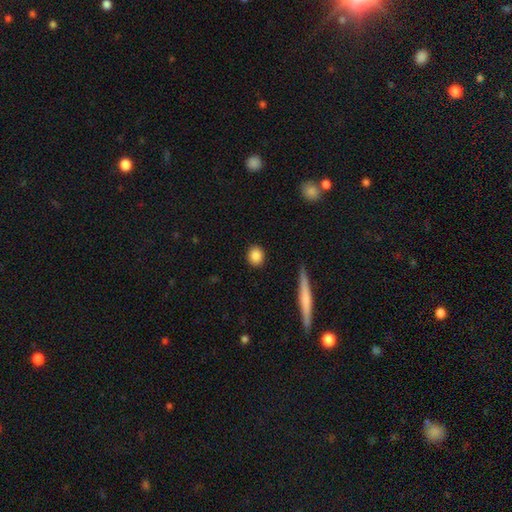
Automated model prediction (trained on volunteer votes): A smooth galaxy with no disk features (87%) that is round (79%).

Vote fractions:
- Smooth or featured? smooth: 87% / star or artifact: 8% / featured or disk: 5%
- How rounded? round: 79% / in between: 19% / cigar-shaped: 3%
- Merging? none: 90% / minor disturbance: 7% / major disturbance: 2% / merger: 1%